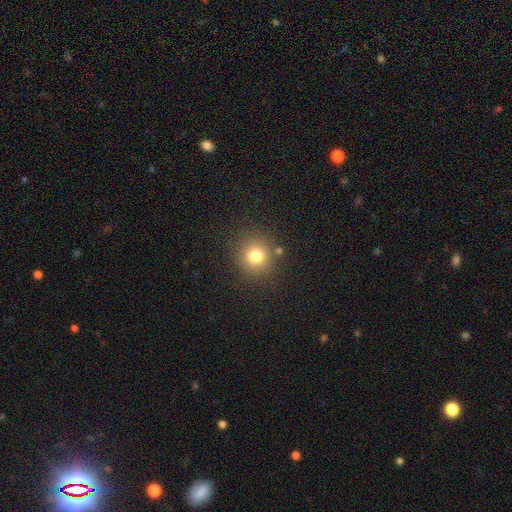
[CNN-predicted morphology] smooth_or_featured: smooth (p=0.78) [alt: star or artifact p=0.14]
how_rounded: round (p=0.88) [alt: in between p=0.11]
merging: none (p=0.84) [alt: minor disturbance p=0.08]